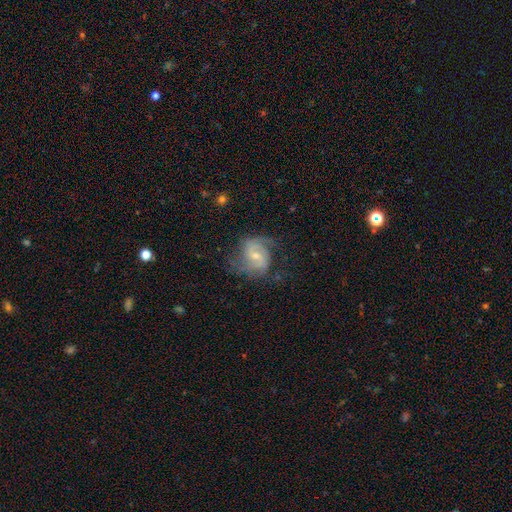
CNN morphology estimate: Smooth or featured? Predicted: featured or disk (p=0.80). Edge-on disk? Predicted: no (p=0.97). Bar? Predicted: weak (p=0.53). Spiral arms? Predicted: yes (p=0.94). Spiral winding? Predicted: medium (p=0.48). Spiral arm count? Predicted: 2 (p=0.73). Bulge size? Predicted: small (p=0.53). Merging? Predicted: none (p=0.64).